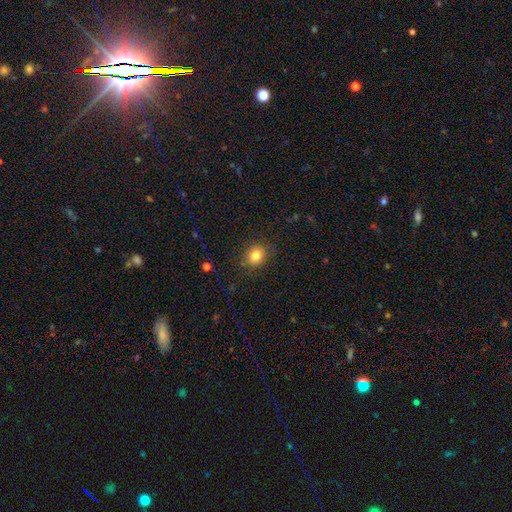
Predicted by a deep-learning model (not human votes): smooth 82%, star or artifact 11%, featured or disk 7%. Down the decision tree: how rounded — round (63%); merging — none (86%).